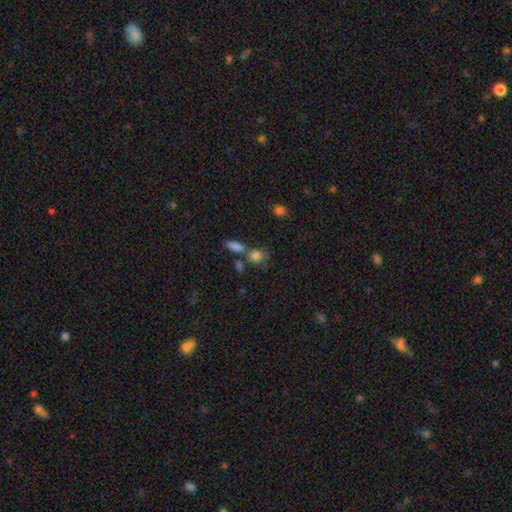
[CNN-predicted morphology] Overall: smooth (78%). How rounded: round (65%; in between 32%). Merging: none (46%; merger 29%).